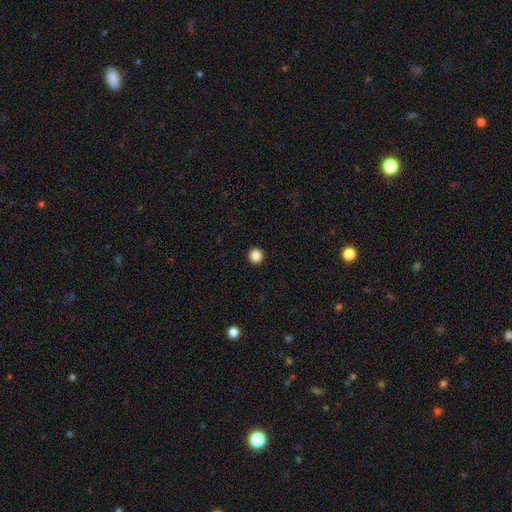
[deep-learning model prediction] smooth_or_featured: smooth (p=0.87) [alt: star or artifact p=0.10]
how_rounded: round (p=0.95) [alt: in between p=0.04]
merging: none (p=0.94) [alt: minor disturbance p=0.04]